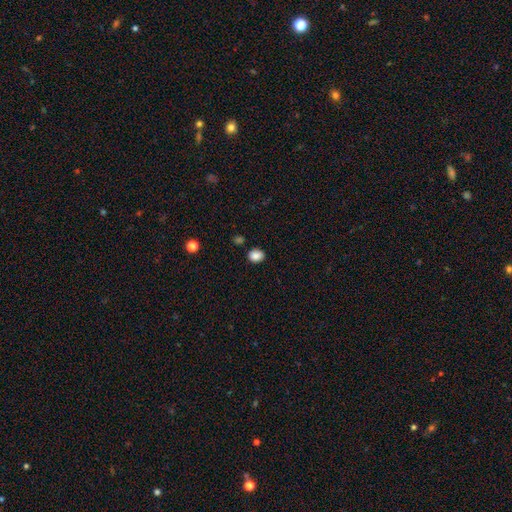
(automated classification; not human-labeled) smooth_or_featured: smooth (p=0.87) [alt: star or artifact p=0.10]
how_rounded: round (p=0.51) [alt: in between p=0.49]
merging: none (p=0.86) [alt: minor disturbance p=0.09]